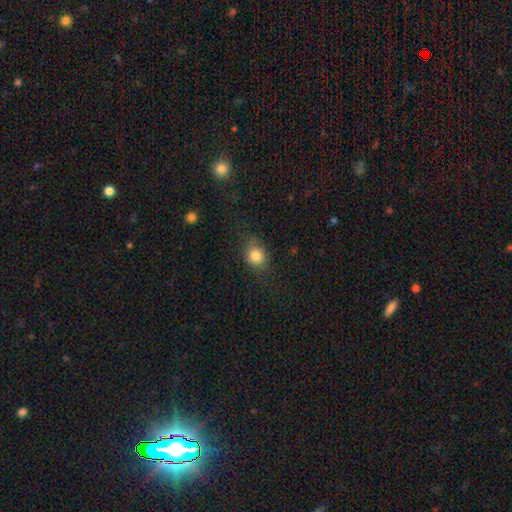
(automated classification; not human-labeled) Q: Smooth or featured?
A: smooth (82%); runner-up: star or artifact (11%)
Q: How rounded?
A: round (69%); runner-up: in between (30%)
Q: Merging?
A: none (73%); runner-up: minor disturbance (19%)